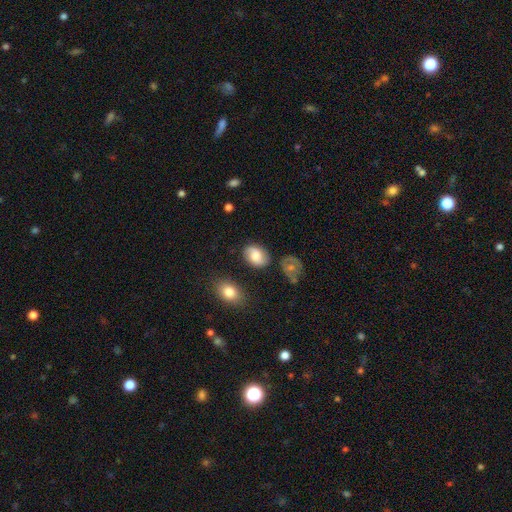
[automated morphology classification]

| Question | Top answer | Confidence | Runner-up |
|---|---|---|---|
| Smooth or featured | smooth | 60% | featured or disk (31%) |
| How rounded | in between | 76% | round (23%) |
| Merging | none | 71% | minor disturbance (19%) |